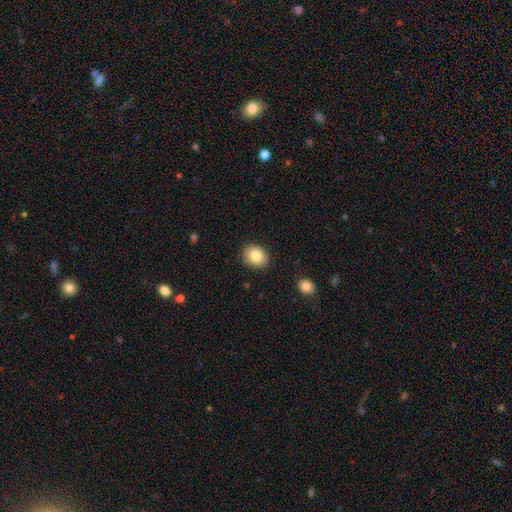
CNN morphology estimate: Q: Smooth or featured?
A: smooth (84%); runner-up: star or artifact (8%)
Q: How rounded?
A: in between (53%); runner-up: round (46%)
Q: Merging?
A: none (88%); runner-up: minor disturbance (8%)